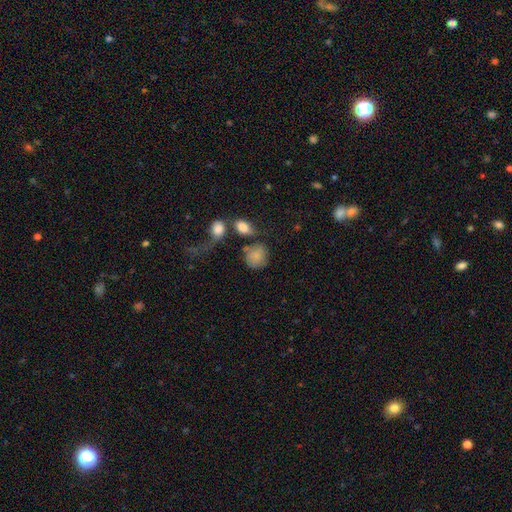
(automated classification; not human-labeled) Q: Smooth or featured?
A: smooth (81%); runner-up: featured or disk (11%)
Q: How rounded?
A: round (72%); runner-up: in between (27%)
Q: Merging?
A: none (51%); runner-up: minor disturbance (19%)